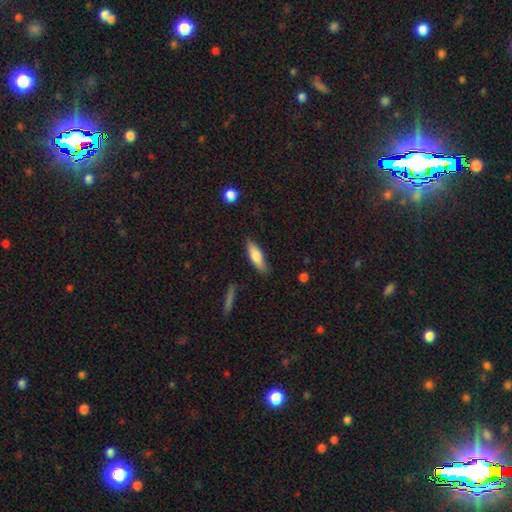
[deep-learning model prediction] The model was most divided on "how rounded": in between: 52%, cigar-shaped: 46%, round: 2%. More confident: merging — none (83%); smooth or featured — smooth (76%).